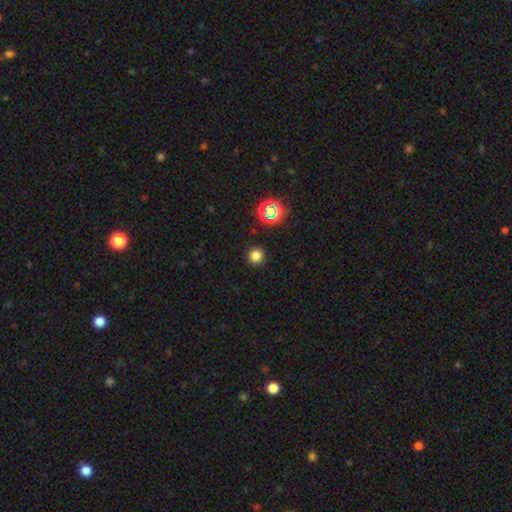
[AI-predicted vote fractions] A smooth galaxy with no disk features (76%) that is round (95%). Merging: none (92%).